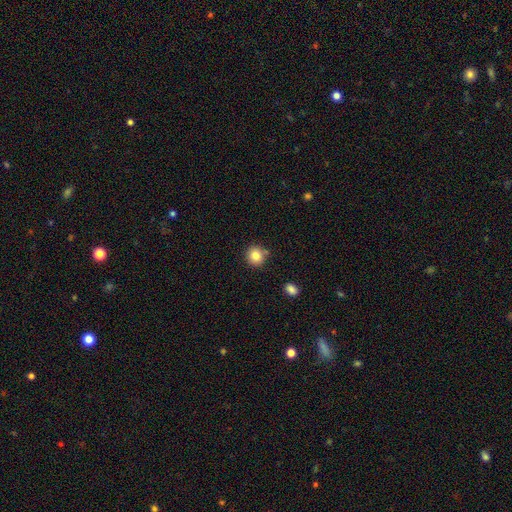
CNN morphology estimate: Overall: smooth (83%). How rounded: round (91%). Merging: none (83%).